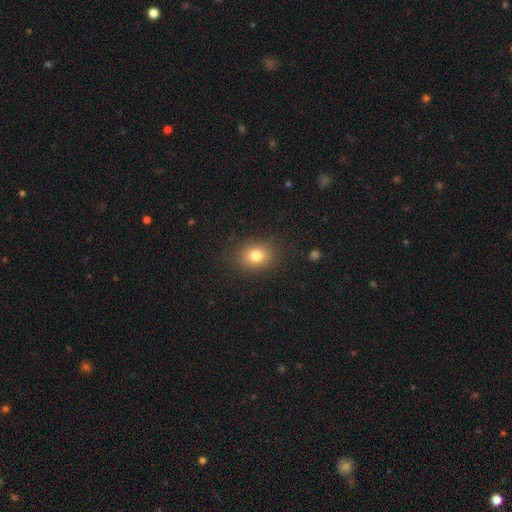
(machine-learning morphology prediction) Smooth or featured?
  - smooth: 79% *
  - star or artifact: 12%
  - featured or disk: 9%
How rounded?
  - round: 50% *
  - in between: 49%
  - cigar-shaped: 1%
Merging?
  - none: 86% *
  - minor disturbance: 9%
  - major disturbance: 3%
  - merger: 1%